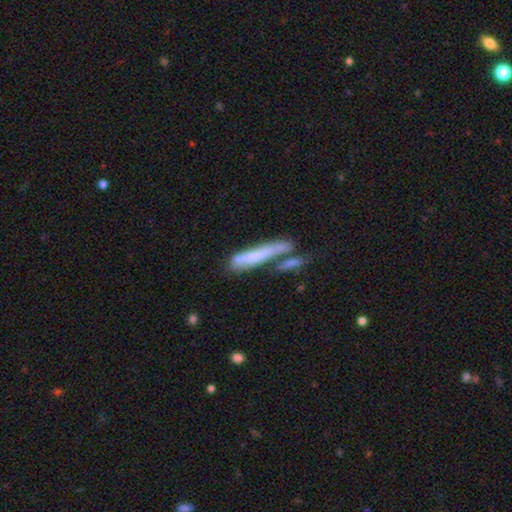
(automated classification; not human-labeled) Smooth or featured?
  - smooth: 63% *
  - featured or disk: 29%
  - star or artifact: 8%
How rounded?
  - cigar-shaped: 89% *
  - in between: 9%
  - round: 2%
Merging?
  - none: 46% *
  - merger: 30%
  - minor disturbance: 16%
  - major disturbance: 8%